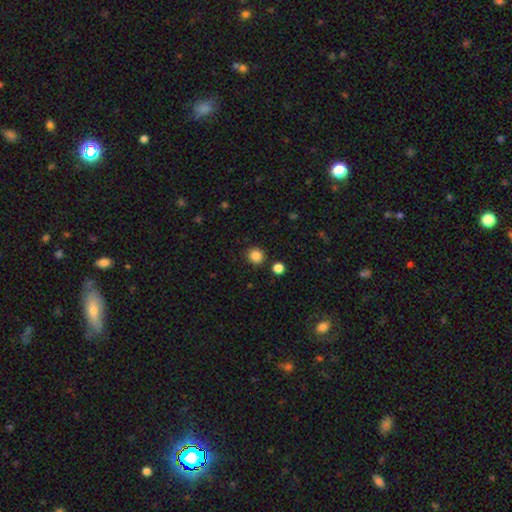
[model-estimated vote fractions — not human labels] A smooth galaxy with no disk features (85%) that is round (92%). Merging: none (88%).